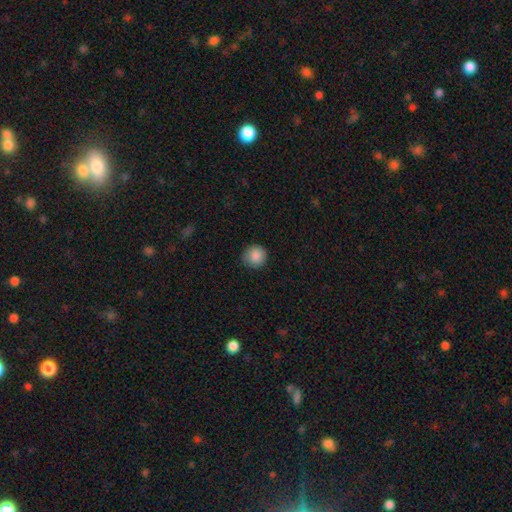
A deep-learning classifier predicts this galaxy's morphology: Smooth or featured? Predicted: smooth (p=0.87). How rounded? Predicted: round (p=0.93). Merging? Predicted: none (p=0.85).